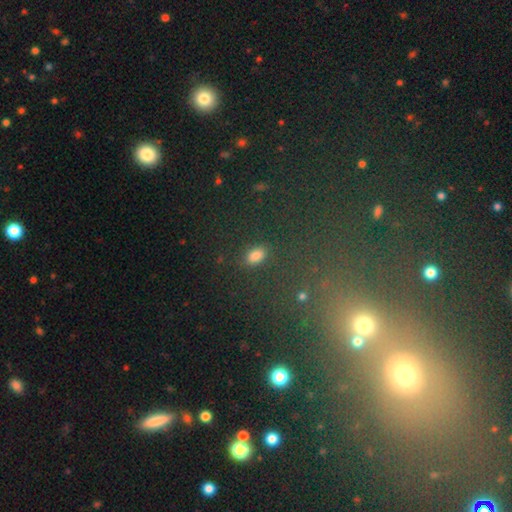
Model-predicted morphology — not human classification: Smooth or featured: smooth — 79% (star or artifact — 15%)
How rounded: in between — 87% (round — 11%)
Merging: none — 86% (minor disturbance — 9%)